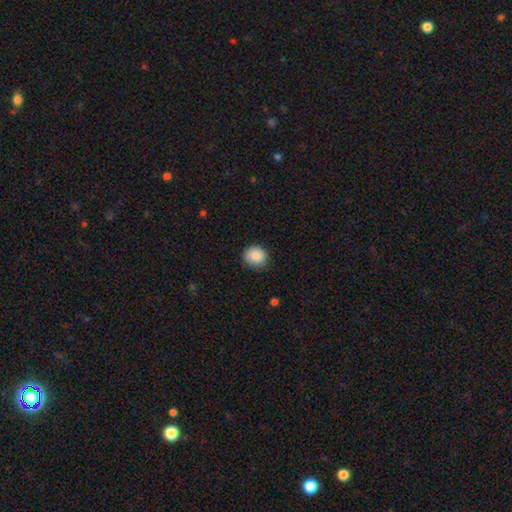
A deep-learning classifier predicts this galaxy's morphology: smooth-or-featured: smooth: 87% | star or artifact: 8% | featured or disk: 4%
  how-rounded: round: 83% | in between: 17% | cigar-shaped: 1%
  merging: none: 85% | minor disturbance: 12% | major disturbance: 2% | merger: 1%